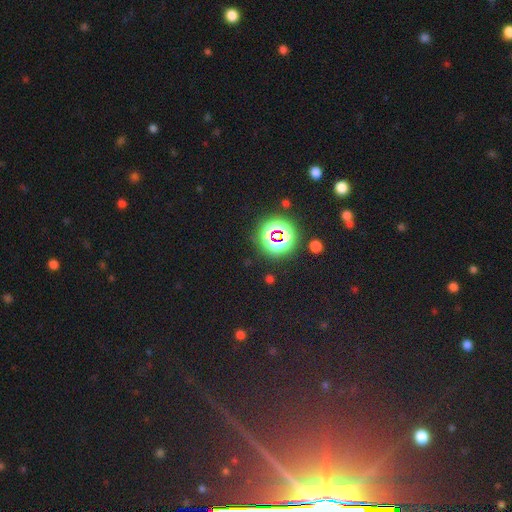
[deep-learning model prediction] smooth_or_featured: star or artifact (p=0.83) [alt: smooth p=0.09]